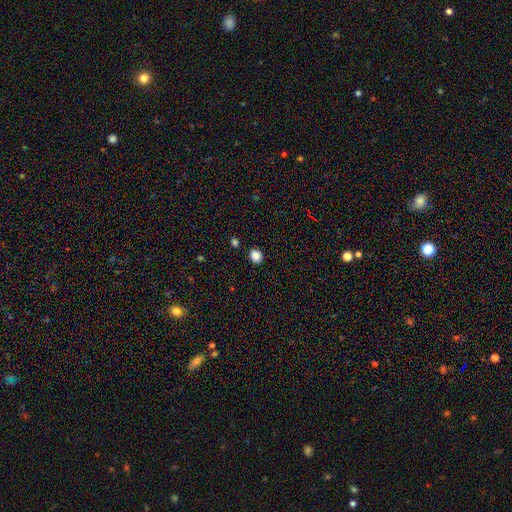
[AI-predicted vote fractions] Q: Smooth or featured?
A: smooth (86%); runner-up: star or artifact (11%)
Q: How rounded?
A: round (61%); runner-up: in between (38%)
Q: Merging?
A: none (87%); runner-up: minor disturbance (8%)